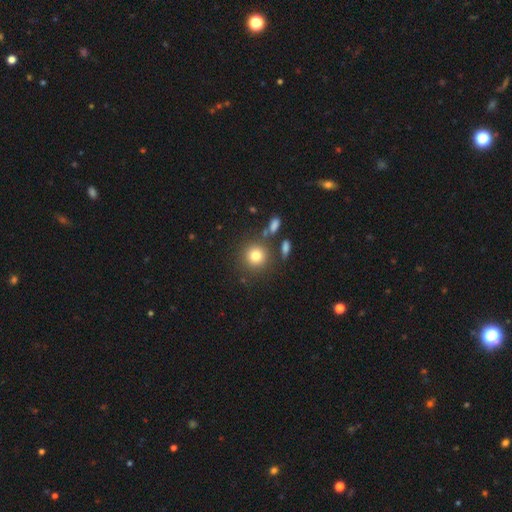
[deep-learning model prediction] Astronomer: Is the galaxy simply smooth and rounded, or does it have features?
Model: smooth — 79%.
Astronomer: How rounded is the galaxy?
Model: round — 92%.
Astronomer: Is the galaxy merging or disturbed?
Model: none — 80%.